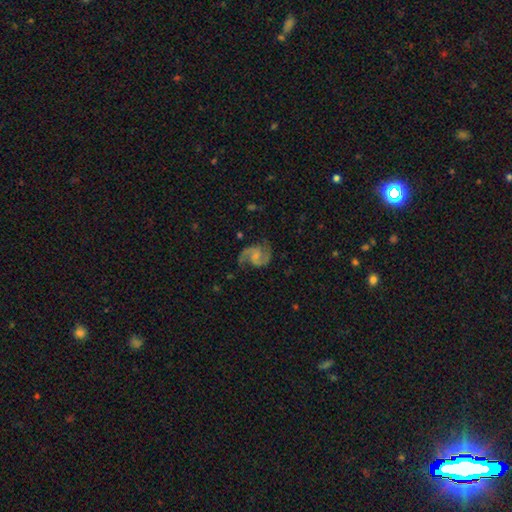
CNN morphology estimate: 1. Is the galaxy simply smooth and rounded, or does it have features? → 90% featured or disk, 5% smooth, 5% star or artifact.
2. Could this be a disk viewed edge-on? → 98% no, 2% yes.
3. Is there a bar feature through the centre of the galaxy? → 53% no, 39% weak, 8% strong.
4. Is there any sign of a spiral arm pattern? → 98% yes, 2% no.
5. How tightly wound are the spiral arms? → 59% medium, 25% loose, 15% tight.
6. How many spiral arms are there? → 94% 2, 2% can't tell, 1% 1, 1% 3, 1% 4, 1% more than 4.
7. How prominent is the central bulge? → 43% small, 28% none, 25% moderate, 3% large, 1% dominant.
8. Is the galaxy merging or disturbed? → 77% none, 15% minor disturbance, 7% major disturbance, 2% merger.